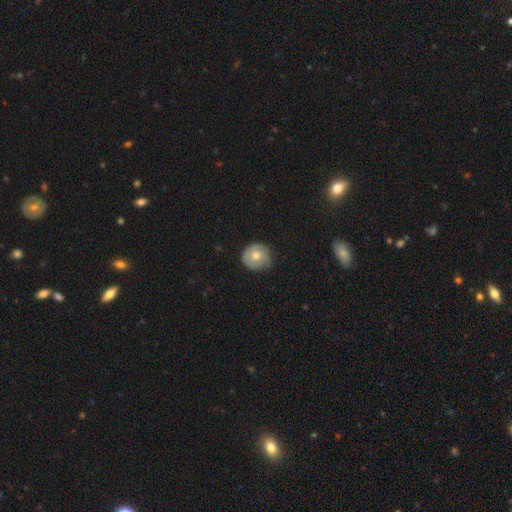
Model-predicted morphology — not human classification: Smooth or featured? smooth (54%)
How rounded? round (84%)
Merging? none (75%)